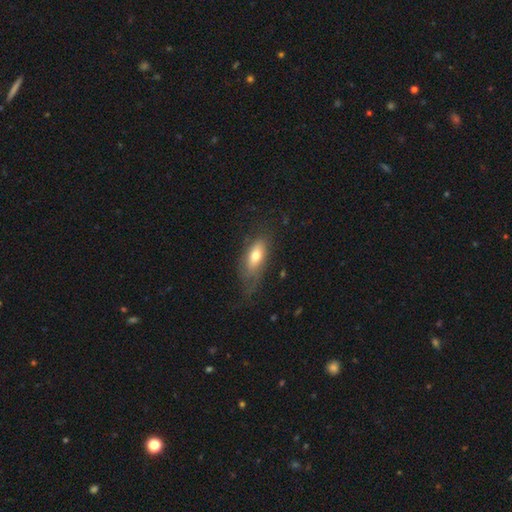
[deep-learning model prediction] A smooth galaxy with no disk features (66%) that is in between round and cigar-shaped (81%). Merging: none (51%).